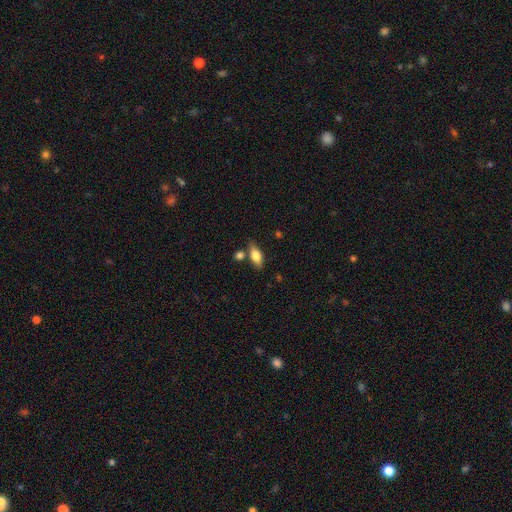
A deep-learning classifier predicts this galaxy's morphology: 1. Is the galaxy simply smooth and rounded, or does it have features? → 71% smooth, 21% featured or disk, 8% star or artifact.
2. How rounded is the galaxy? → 79% in between, 17% cigar-shaped, 4% round.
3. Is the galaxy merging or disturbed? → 70% none, 15% minor disturbance, 11% merger, 4% major disturbance.